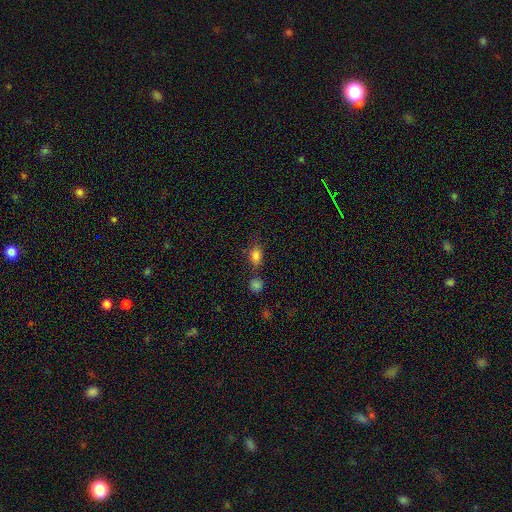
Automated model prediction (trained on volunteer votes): This is clearly a smooth galaxy (80%). How rounded: likely in between (77%). Merging: likely none (62%).